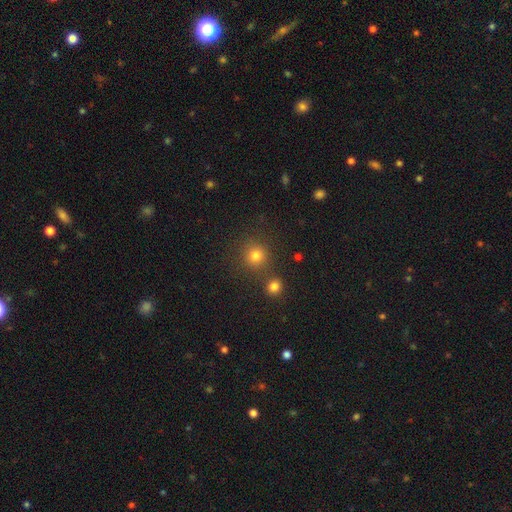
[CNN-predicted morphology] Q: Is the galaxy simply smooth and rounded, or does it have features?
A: smooth — 79%.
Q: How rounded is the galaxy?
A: round — 92%.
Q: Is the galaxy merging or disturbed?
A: none — 78%.